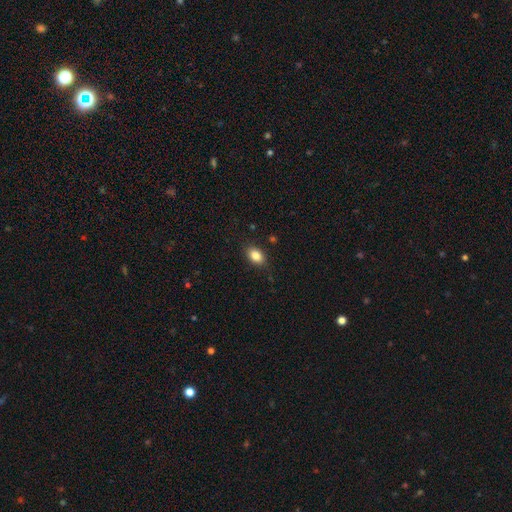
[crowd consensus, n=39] Smooth or featured?
  - smooth: 87% *
  - star or artifact: 10%
  - featured or disk: 3%
How rounded?
  - in between: 91% *
  - round: 9%
  - cigar-shaped: 0%
Merging?
  - none: 86% *
  - minor disturbance: 9%
  - major disturbance: 6%
  - merger: 0%